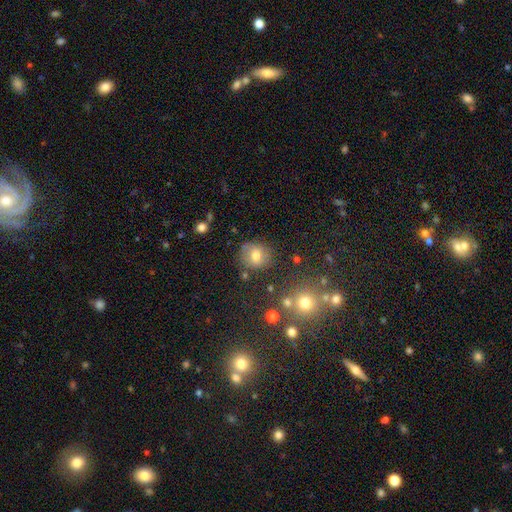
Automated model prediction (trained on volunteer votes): Smooth or featured? Predicted: smooth (p=0.74). How rounded? Predicted: round (p=0.79). Merging? Predicted: none (p=0.79).